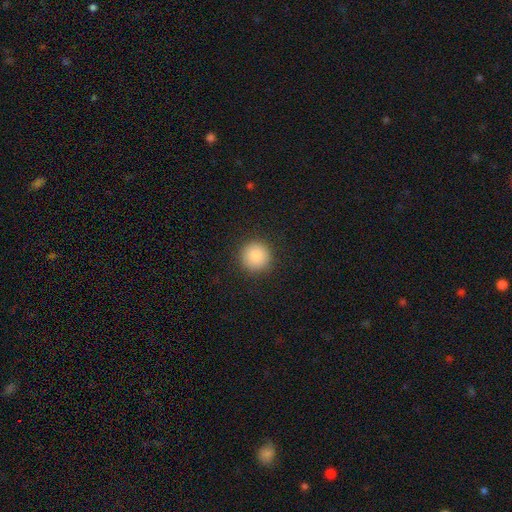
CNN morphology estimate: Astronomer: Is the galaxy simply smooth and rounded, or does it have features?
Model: smooth — 88%.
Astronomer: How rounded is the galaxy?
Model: round — 96%.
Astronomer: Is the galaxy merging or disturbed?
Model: none — 91%.